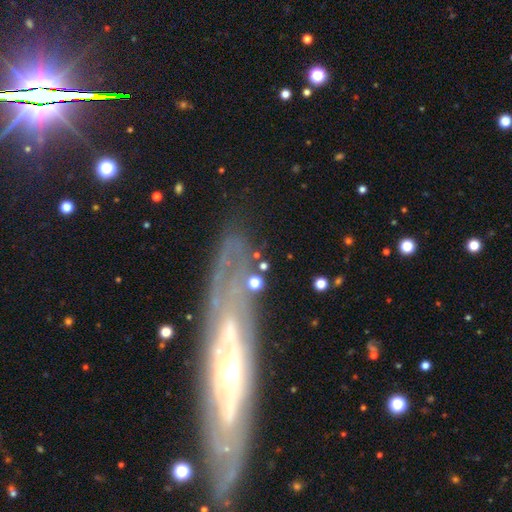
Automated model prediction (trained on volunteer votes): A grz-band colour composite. It shows a featured or disk galaxy (56%). Merging: none (66%).